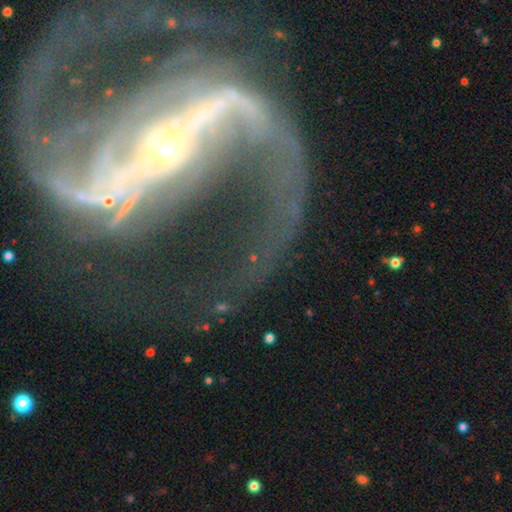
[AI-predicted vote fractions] Q: Smooth or featured?
A: featured or disk (91%); runner-up: star or artifact (6%)
Q: Edge-on disk?
A: no (96%); runner-up: yes (4%)
Q: Bar?
A: strong (68%); runner-up: weak (19%)
Q: Spiral arms?
A: yes (96%); runner-up: no (4%)
Q: Spiral winding?
A: loose (50%); runner-up: medium (37%)
Q: Spiral arm count?
A: 2 (78%); runner-up: 3 (5%)
Q: Bulge size?
A: small (75%); runner-up: moderate (20%)
Q: Merging?
A: none (44%); runner-up: major disturbance (33%)